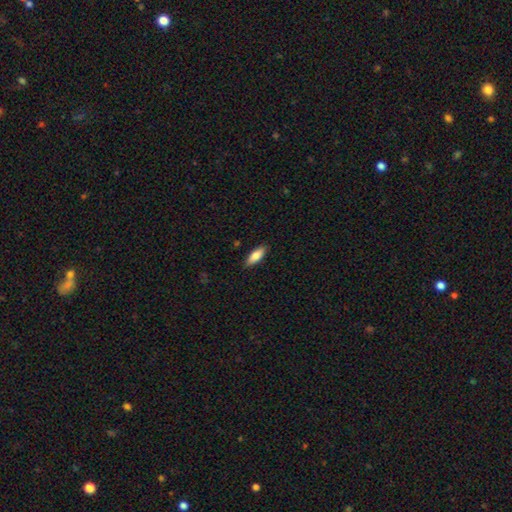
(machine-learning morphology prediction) A smooth galaxy with no disk features (82%) that is in between round and cigar-shaped (68%).

Vote fractions:
- Smooth or featured? smooth: 82% / featured or disk: 12% / star or artifact: 6%
- How rounded? in between: 68% / cigar-shaped: 30% / round: 2%
- Merging? none: 88% / minor disturbance: 9% / major disturbance: 2% / merger: 1%